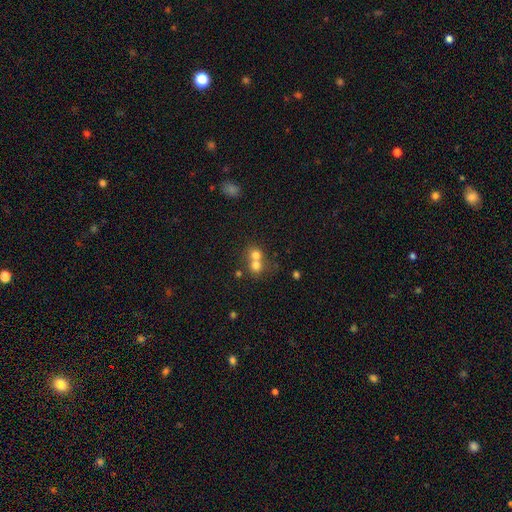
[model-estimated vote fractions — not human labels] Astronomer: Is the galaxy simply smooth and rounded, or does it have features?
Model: smooth — 71%.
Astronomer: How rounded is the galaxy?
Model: round — 81%.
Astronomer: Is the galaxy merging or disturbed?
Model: merger — 64%.